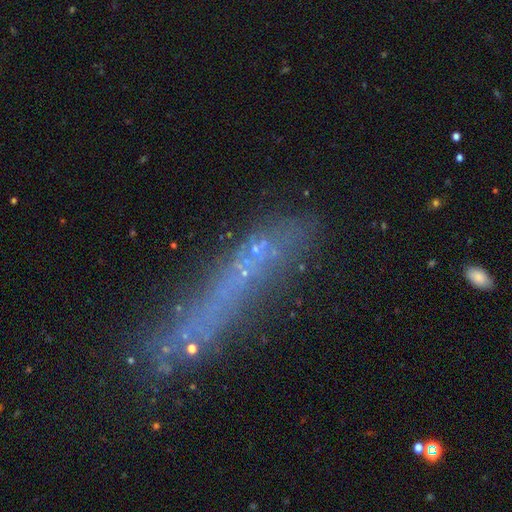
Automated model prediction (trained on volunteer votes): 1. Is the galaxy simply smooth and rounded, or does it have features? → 37% featured or disk, 36% smooth, 27% star or artifact.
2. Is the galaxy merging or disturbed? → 58% none, 19% minor disturbance, 14% major disturbance, 8% merger.